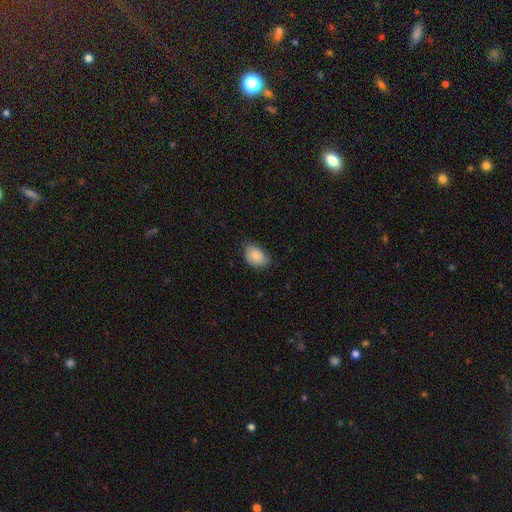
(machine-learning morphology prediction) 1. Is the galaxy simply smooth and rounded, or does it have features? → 83% smooth, 10% featured or disk, 7% star or artifact.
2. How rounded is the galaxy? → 80% in between, 19% round, 1% cigar-shaped.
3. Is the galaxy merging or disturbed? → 68% none, 26% minor disturbance, 4% major disturbance, 1% merger.